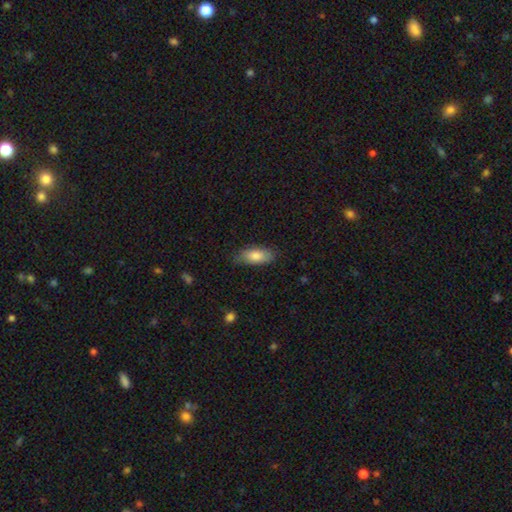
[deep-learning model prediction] This appears to be a smooth galaxy with no disk features (82%) that is in between round and cigar-shaped (81%). Merging: none (78%).